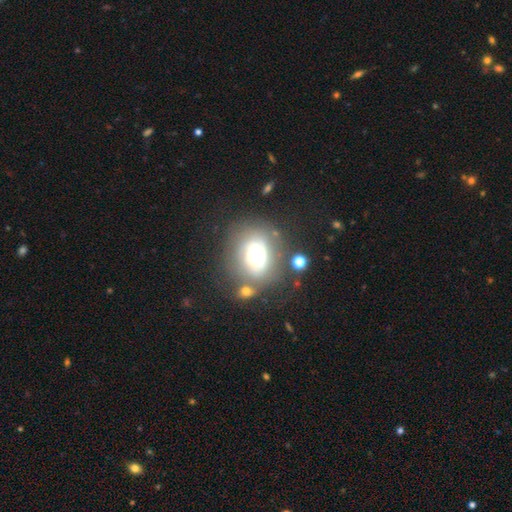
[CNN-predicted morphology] The model was most divided on "smooth or featured": smooth: 48%, featured or disk: 35%, star or artifact: 16%. More confident: merging — none (62%).